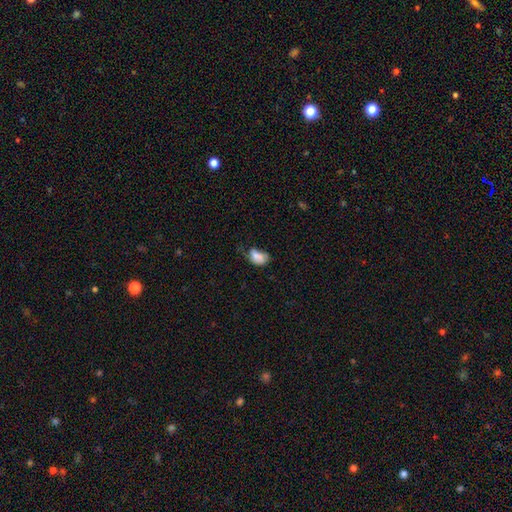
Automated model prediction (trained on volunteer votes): Smooth or featured: smooth — 75% (featured or disk — 16%)
How rounded: in between — 87% (round — 11%)
Merging: minor disturbance — 36% (none — 30%)